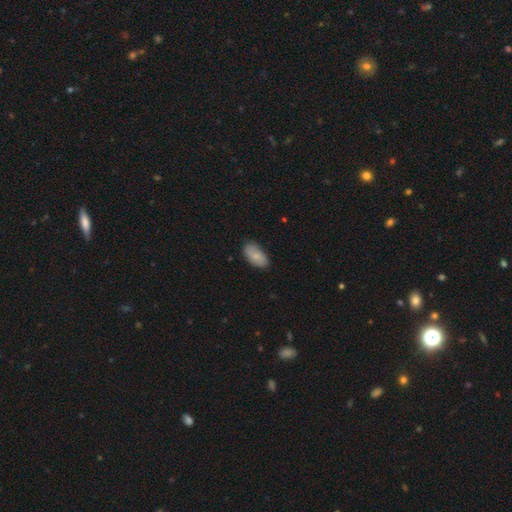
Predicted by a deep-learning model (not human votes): smooth-or-featured: smooth: 77% | featured or disk: 17% | star or artifact: 6%
  how-rounded: in between: 93% | round: 3% | cigar-shaped: 3%
  merging: none: 79% | minor disturbance: 17% | major disturbance: 3% | merger: 1%